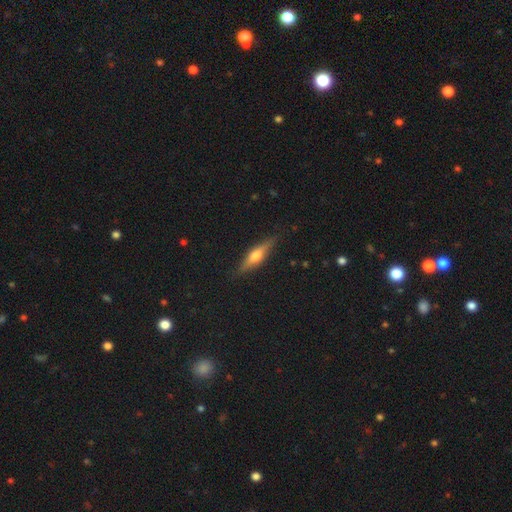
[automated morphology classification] Q: Smooth or featured?
A: featured or disk (62%); runner-up: smooth (31%)
Q: Edge-on disk?
A: yes (96%); runner-up: no (4%)
Q: Edge-on bulge?
A: rounded (91%); runner-up: boxy (6%)
Q: Merging?
A: none (87%); runner-up: minor disturbance (10%)